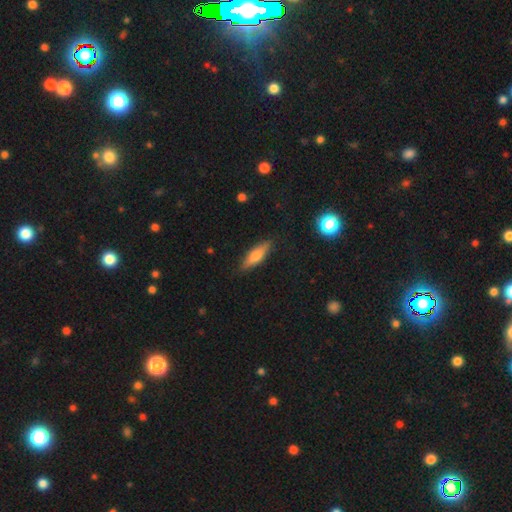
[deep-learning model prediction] This appears to be a smooth galaxy with no disk features (60%) that is cigar-shaped (55%). Merging: none (87%).